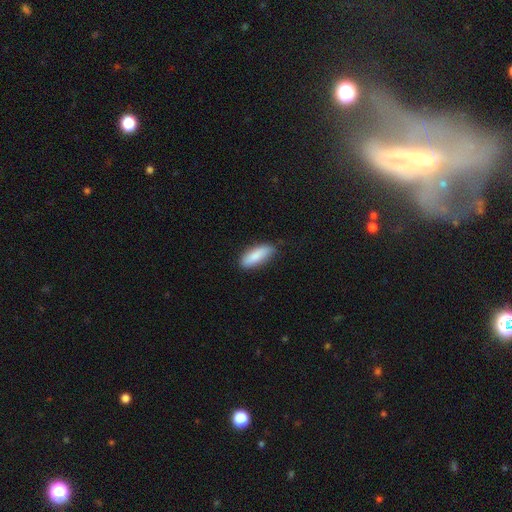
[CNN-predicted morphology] type=smooth (86%); roundness=in between (64%); merging=none (76%).